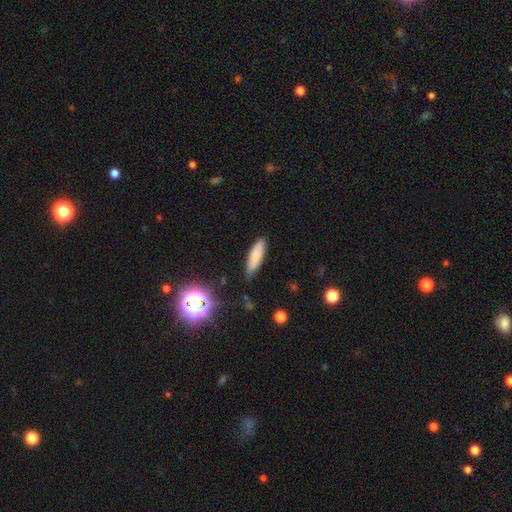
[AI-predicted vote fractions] This is likely a smooth galaxy (79%). How rounded: possibly cigar-shaped (59%). Merging: clearly none (83%).